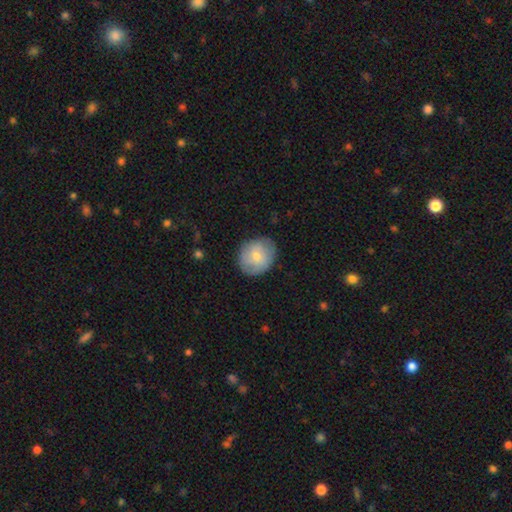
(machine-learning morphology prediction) smooth-or-featured: smooth: 66% | featured or disk: 27% | star or artifact: 7%
  how-rounded: round: 67% | in between: 32% | cigar-shaped: 1%
  merging: none: 80% | minor disturbance: 15% | major disturbance: 3% | merger: 1%